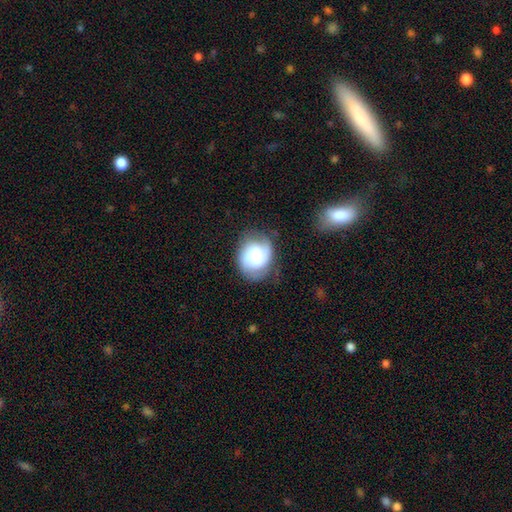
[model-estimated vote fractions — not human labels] This appears to be a featured or disk galaxy (64%) with a weak bar (48%), 2 (72%) medium (45%) spiral arms (92%) and a moderate central bulge (38%). Merging: none (67%).